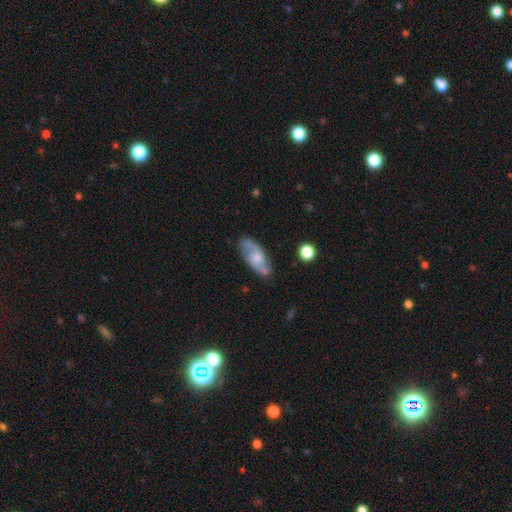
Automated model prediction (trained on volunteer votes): smooth_or_featured: featured or disk (p=0.55) [alt: smooth p=0.39]
disk_edge_on: no (p=0.87) [alt: yes p=0.13]
merging: none (p=0.75) [alt: minor disturbance p=0.17]